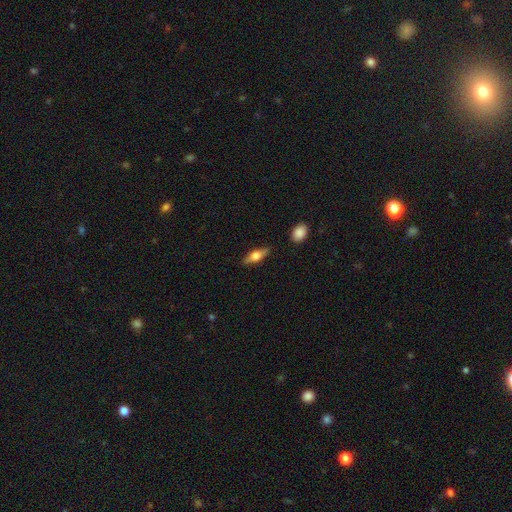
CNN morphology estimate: This is possibly a smooth galaxy (52%). How rounded: possibly in between (59%). Merging: clearly none (86%).